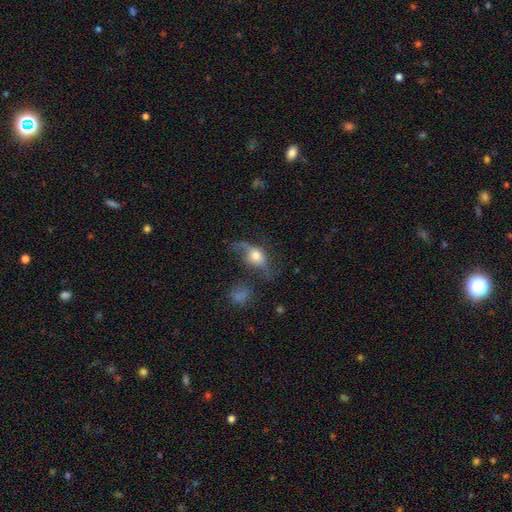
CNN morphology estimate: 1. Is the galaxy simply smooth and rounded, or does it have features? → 48% smooth, 42% featured or disk, 10% star or artifact.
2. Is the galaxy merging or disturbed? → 35% major disturbance, 34% none, 23% minor disturbance, 8% merger.